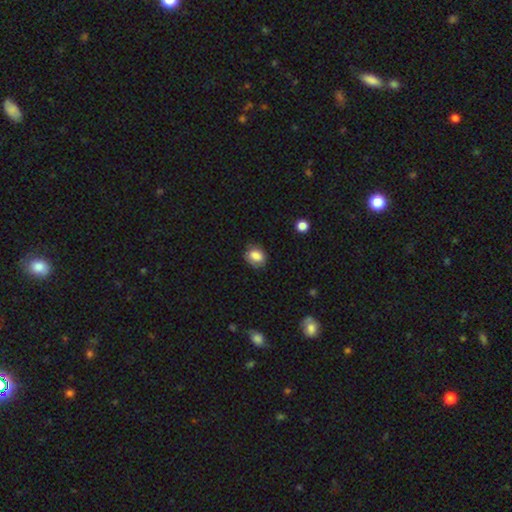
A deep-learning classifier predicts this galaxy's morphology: Q: Smooth or featured?
A: smooth (81%); runner-up: featured or disk (10%)
Q: How rounded?
A: in between (63%); runner-up: round (36%)
Q: Merging?
A: none (75%); runner-up: minor disturbance (19%)